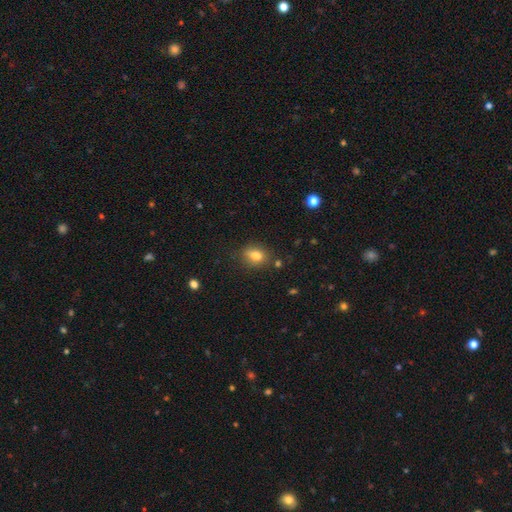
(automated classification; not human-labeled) This appears to be a smooth galaxy with no disk features (78%) that is in between round and cigar-shaped (67%). Merging: none (76%).